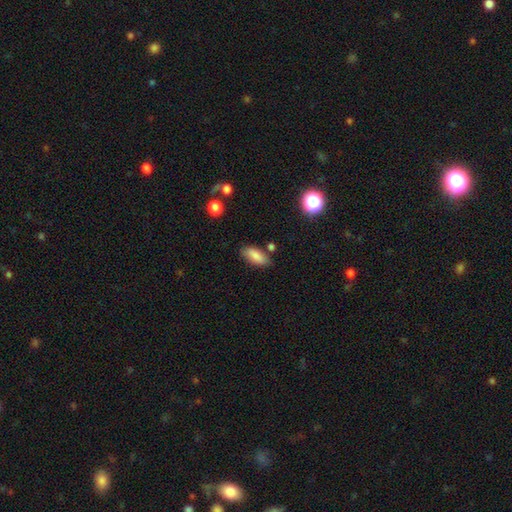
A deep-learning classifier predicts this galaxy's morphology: Smooth or featured: smooth — 83% (featured or disk — 9%)
How rounded: in between — 83% (cigar-shaped — 15%)
Merging: none — 79% (minor disturbance — 13%)